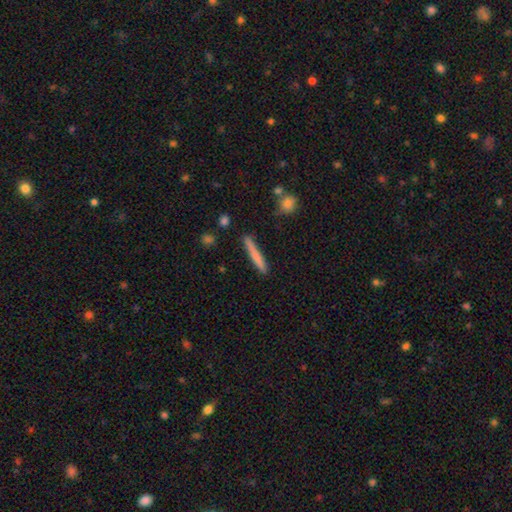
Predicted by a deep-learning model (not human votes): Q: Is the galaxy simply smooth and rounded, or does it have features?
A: smooth — 71%.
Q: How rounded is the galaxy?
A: cigar-shaped — 95%.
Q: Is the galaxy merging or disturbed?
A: none — 87%.